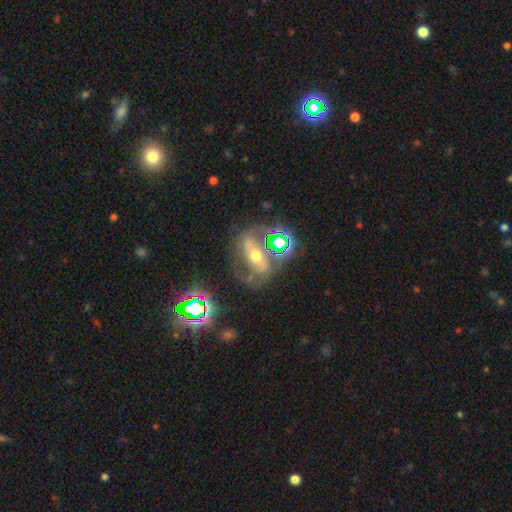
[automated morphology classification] Q: Smooth or featured?
A: featured or disk (59%); runner-up: star or artifact (22%)
Q: Edge-on disk?
A: no (86%); runner-up: yes (14%)
Q: Bar?
A: strong (52%); runner-up: no (25%)
Q: Spiral arms?
A: yes (64%); runner-up: no (36%)
Q: Bulge size?
A: moderate (66%); runner-up: small (23%)
Q: Merging?
A: none (59%); runner-up: minor disturbance (17%)